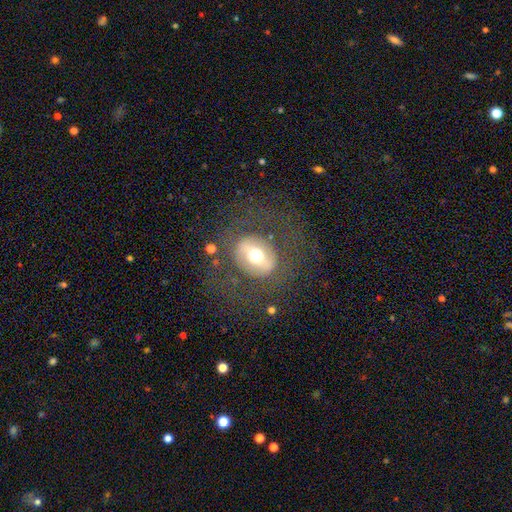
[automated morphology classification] A smooth galaxy with no disk features (46%). Merging: none (69%).